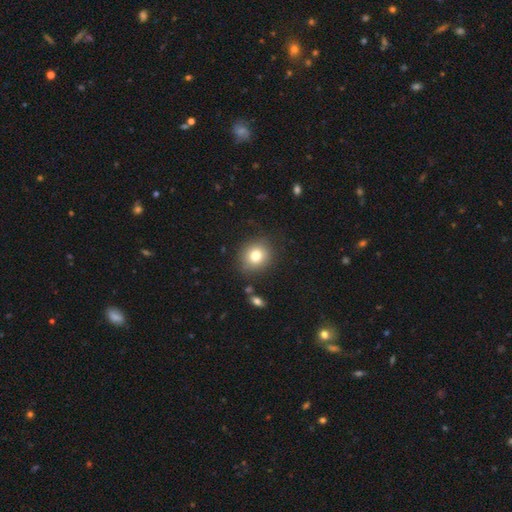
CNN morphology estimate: type=smooth (79%); roundness=round (80%); merging=none (85%).